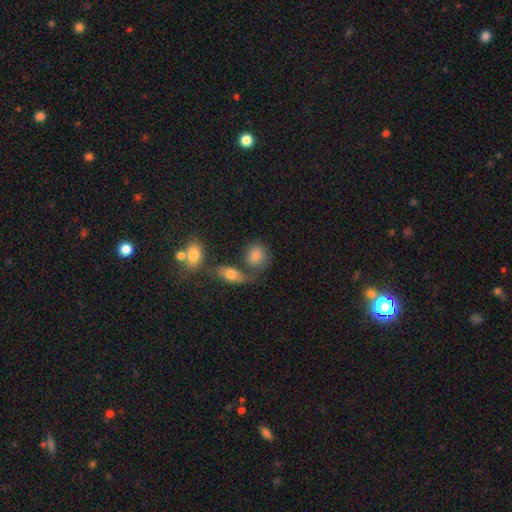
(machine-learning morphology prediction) smooth_or_featured: smooth (p=0.79) [alt: featured or disk p=0.12]
how_rounded: round (p=0.57) [alt: in between p=0.41]
merging: none (p=0.49) [alt: merger p=0.28]